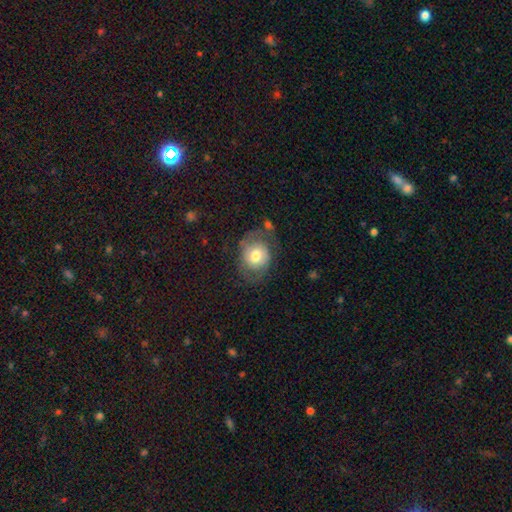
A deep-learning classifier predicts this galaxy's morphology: This is possibly a smooth galaxy (57%). How rounded: possibly round (55%). Merging: possibly none (54%).